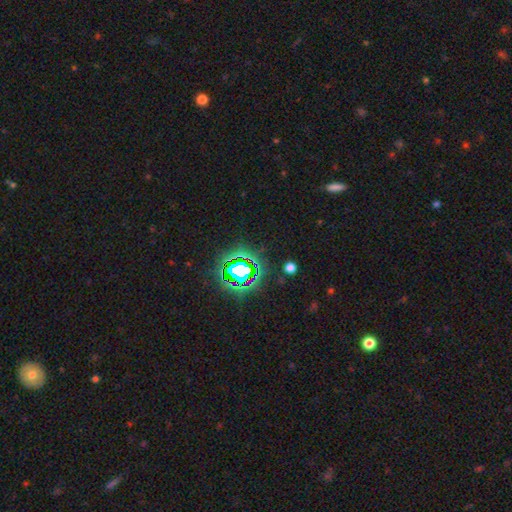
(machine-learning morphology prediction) smooth_or_featured: star or artifact (p=0.82) [alt: smooth p=0.12]